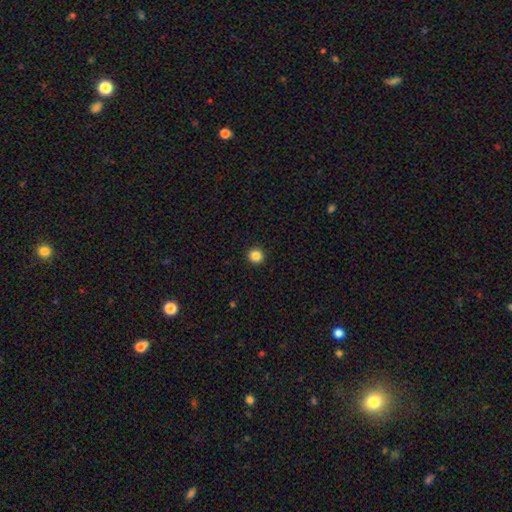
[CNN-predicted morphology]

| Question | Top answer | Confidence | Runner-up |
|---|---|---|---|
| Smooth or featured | smooth | 85% | star or artifact (11%) |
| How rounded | round | 95% | in between (4%) |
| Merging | none | 94% | minor disturbance (4%) |